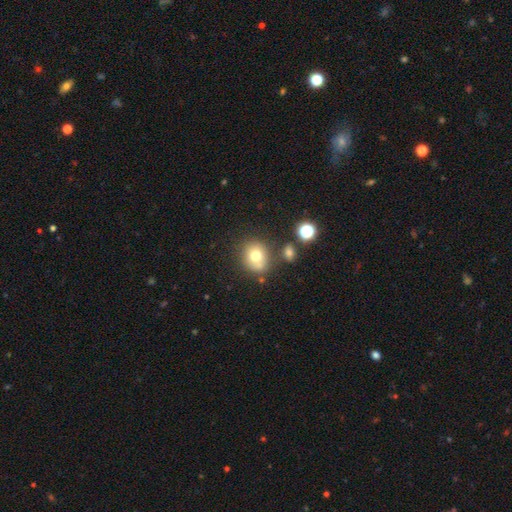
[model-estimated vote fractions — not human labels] Smooth or featured? smooth (73%)
How rounded? round (72%)
Merging? none (69%)